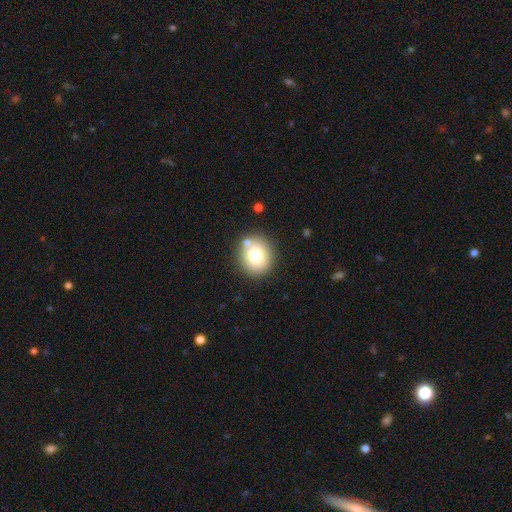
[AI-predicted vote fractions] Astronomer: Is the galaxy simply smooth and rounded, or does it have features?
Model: smooth — 74%.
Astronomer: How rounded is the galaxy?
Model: round — 76%.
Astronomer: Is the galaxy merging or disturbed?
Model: none — 80%.